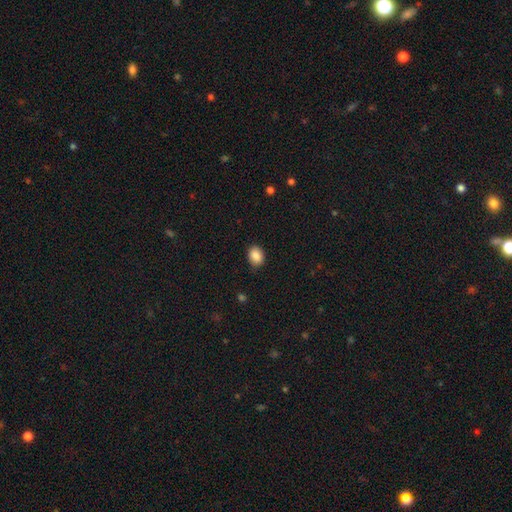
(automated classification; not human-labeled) smooth_or_featured: smooth (p=0.88) [alt: star or artifact p=0.08]
how_rounded: in between (p=0.62) [alt: round p=0.37]
merging: none (p=0.84) [alt: minor disturbance p=0.13]